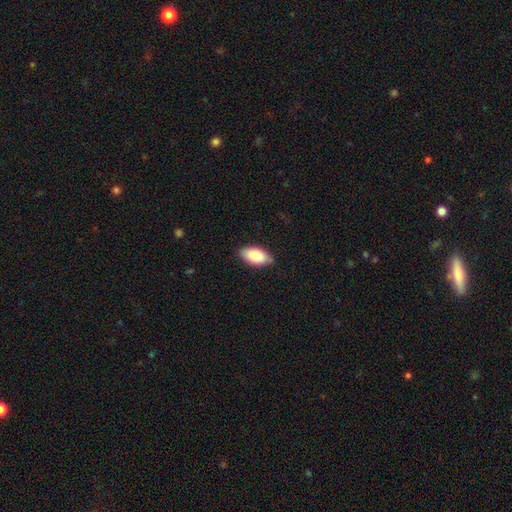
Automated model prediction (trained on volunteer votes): smooth_or_featured: smooth (p=0.87) [alt: featured or disk p=0.07]
how_rounded: in between (p=0.94) [alt: cigar-shaped p=0.04]
merging: none (p=0.79) [alt: minor disturbance p=0.17]